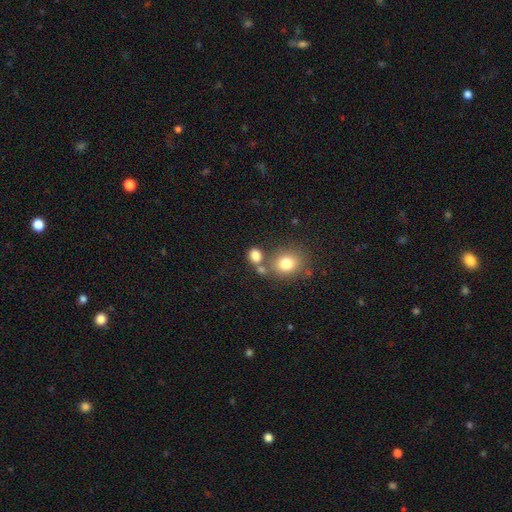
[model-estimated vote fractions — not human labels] smooth_or_featured: smooth (p=0.80) [alt: star or artifact p=0.12]
how_rounded: round (p=0.55) [alt: in between p=0.43]
merging: none (p=0.54) [alt: merger p=0.29]